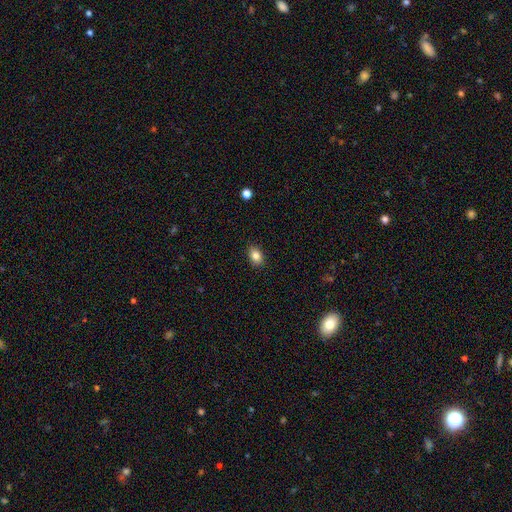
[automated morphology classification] Smooth or featured? Predicted: smooth (p=0.84). How rounded? Predicted: in between (p=0.78). Merging? Predicted: none (p=0.88).